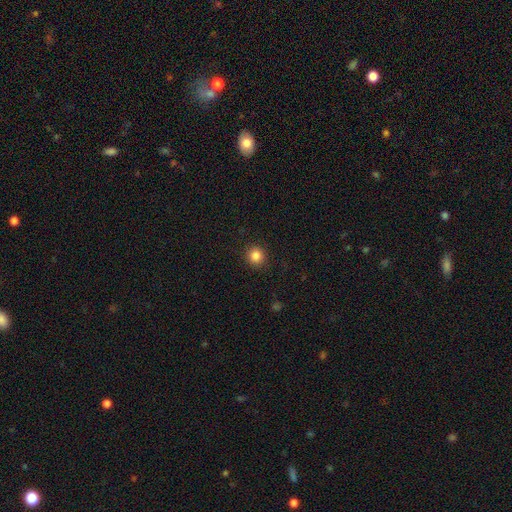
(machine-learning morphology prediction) Smooth or featured: smooth — 84% (star or artifact — 11%)
How rounded: round — 93% (in between — 6%)
Merging: none — 91% (minor disturbance — 6%)